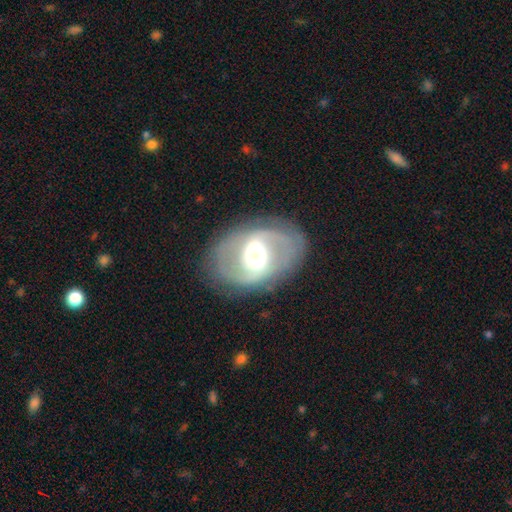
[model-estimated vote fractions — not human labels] smooth_or_featured: featured or disk (p=0.77) [alt: smooth p=0.17]
disk_edge_on: no (p=0.96) [alt: yes p=0.04]
bar: weak (p=0.42) [alt: strong p=0.34]
has_spiral_arms: yes (p=0.79) [alt: no p=0.21]
spiral_winding: medium (p=0.47) [alt: tight p=0.28]
spiral_arm_count: 2 (p=0.86) [alt: can't tell p=0.07]
bulge_size: moderate (p=0.58) [alt: large p=0.24]
merging: none (p=0.80) [alt: minor disturbance p=0.12]